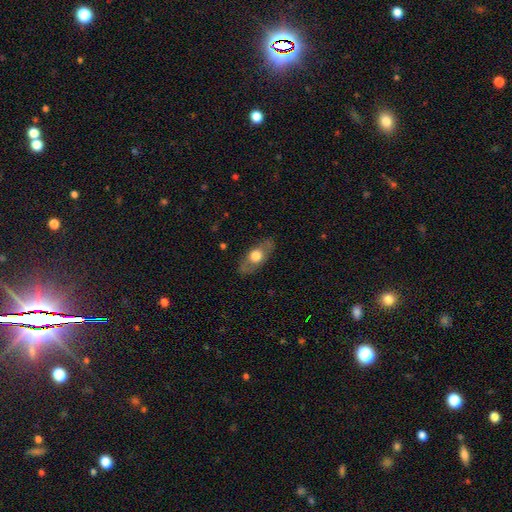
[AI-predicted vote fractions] This appears to be a smooth galaxy with no disk features (52%) that is in between round and cigar-shaped (73%). Merging: none (80%).